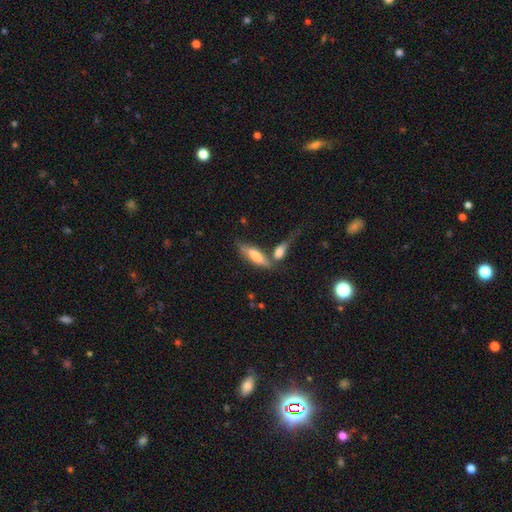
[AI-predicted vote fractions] smooth 67%, featured or disk 26%, star or artifact 7%. Down the decision tree: how rounded — cigar-shaped (51%); merging — none (43%).